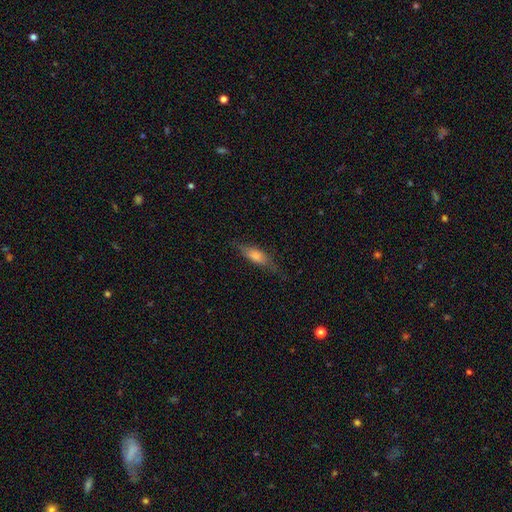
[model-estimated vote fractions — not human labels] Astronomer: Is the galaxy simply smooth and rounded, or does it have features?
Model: smooth — 68%.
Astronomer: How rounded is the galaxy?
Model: in between — 55% (runner-up: cigar-shaped, 42%).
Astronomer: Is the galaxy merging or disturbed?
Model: none — 62%.